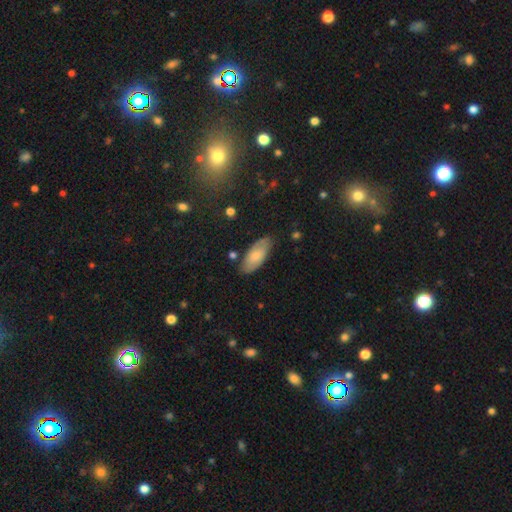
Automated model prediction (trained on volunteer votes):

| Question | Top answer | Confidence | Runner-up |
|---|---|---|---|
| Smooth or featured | smooth | 71% | featured or disk (22%) |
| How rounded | in between | 86% | cigar-shaped (12%) |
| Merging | none | 79% | minor disturbance (16%) |